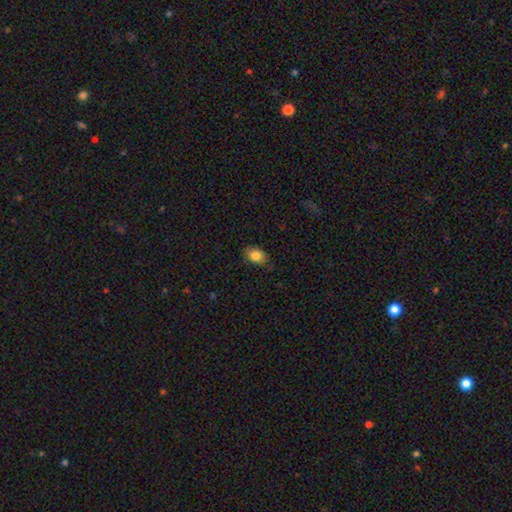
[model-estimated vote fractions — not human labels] Q: Smooth or featured?
A: smooth (84%); runner-up: star or artifact (8%)
Q: How rounded?
A: in between (80%); runner-up: round (19%)
Q: Merging?
A: none (80%); runner-up: minor disturbance (16%)